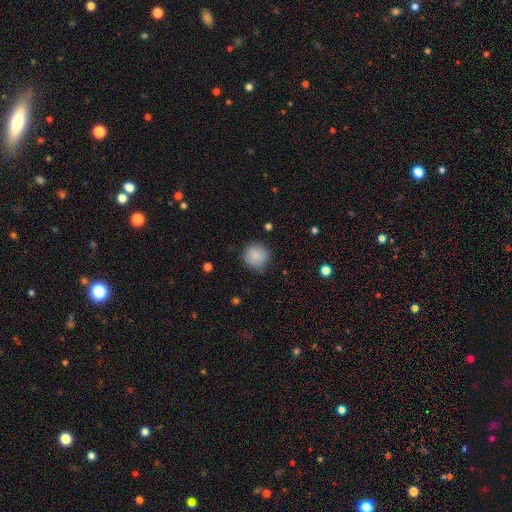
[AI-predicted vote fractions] smooth 87%, star or artifact 8%, featured or disk 5%. Down the decision tree: how rounded — round (92%); merging — none (81%).